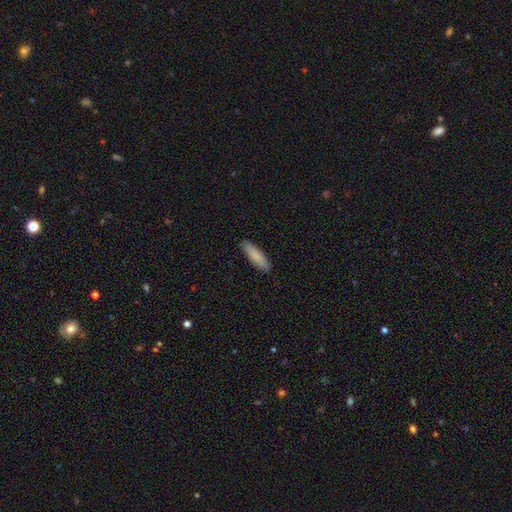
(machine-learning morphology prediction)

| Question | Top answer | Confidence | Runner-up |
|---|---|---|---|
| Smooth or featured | smooth | 85% | featured or disk (10%) |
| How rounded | cigar-shaped | 62% | in between (37%) |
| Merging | none | 88% | minor disturbance (9%) |